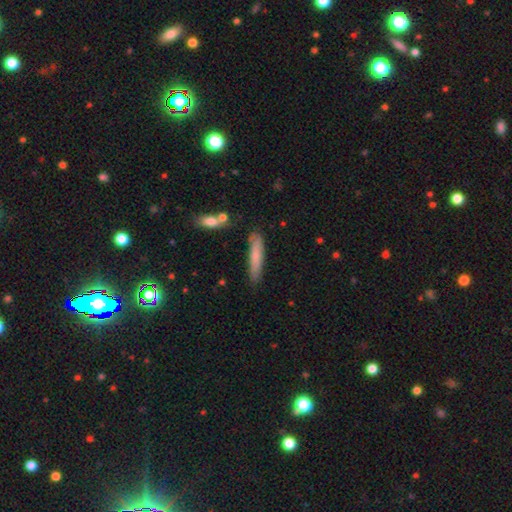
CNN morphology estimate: A smooth galaxy with no disk features (73%) that is cigar-shaped (89%).

Vote fractions:
- Smooth or featured? smooth: 73% / featured or disk: 21% / star or artifact: 6%
- How rounded? cigar-shaped: 89% / in between: 10% / round: 1%
- Merging? none: 79% / minor disturbance: 15% / merger: 3% / major disturbance: 3%